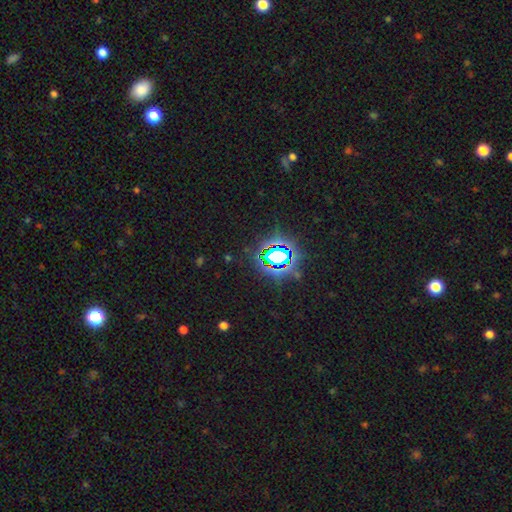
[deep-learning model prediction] The model was most divided on "smooth or featured": star or artifact: 82%, smooth: 12%, featured or disk: 7%.